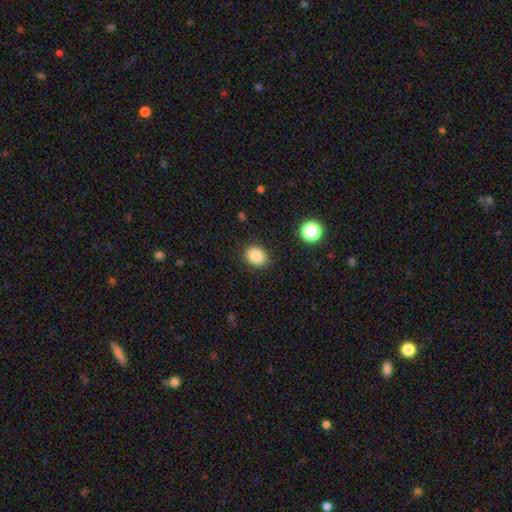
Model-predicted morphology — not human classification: type=smooth (86%); roundness=in between (54%); merging=none (87%).